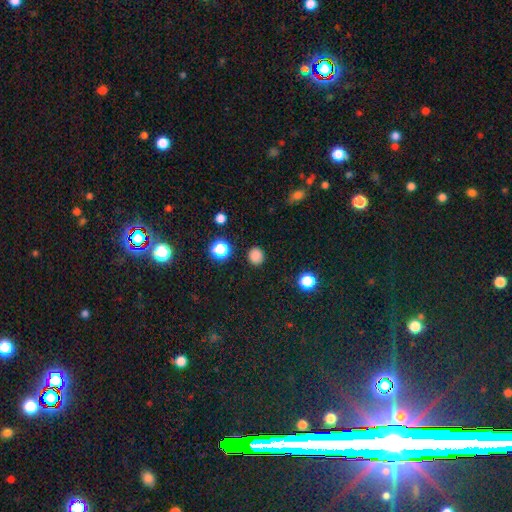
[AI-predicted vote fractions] smooth 82%, star or artifact 15%, featured or disk 3%. Down the decision tree: how rounded — round (81%); merging — none (89%).